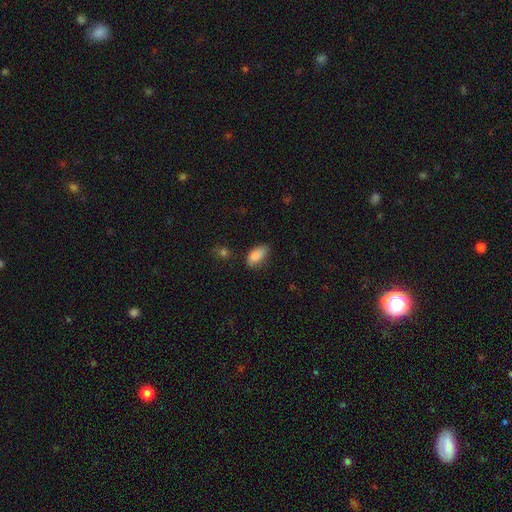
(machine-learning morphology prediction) This is clearly a smooth galaxy (86%). How rounded: clearly in between (92%). Merging: likely none (61%).